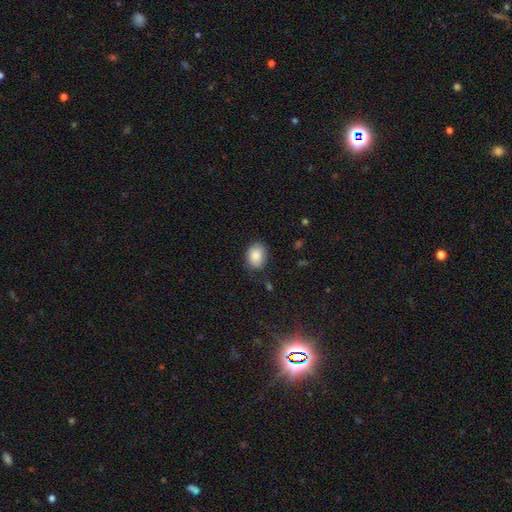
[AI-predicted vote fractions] smooth 85%, star or artifact 8%, featured or disk 7%. Down the decision tree: how rounded — in between (67%); merging — none (75%).